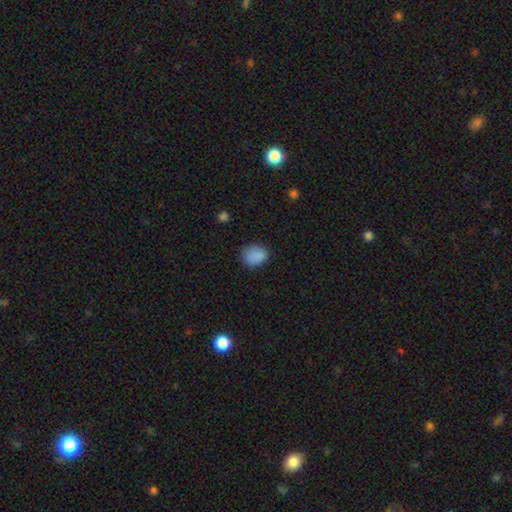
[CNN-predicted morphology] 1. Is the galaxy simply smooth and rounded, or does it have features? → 86% smooth, 10% star or artifact, 4% featured or disk.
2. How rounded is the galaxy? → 56% round, 43% in between, 1% cigar-shaped.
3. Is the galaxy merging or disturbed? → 77% none, 18% minor disturbance, 4% major disturbance, 1% merger.